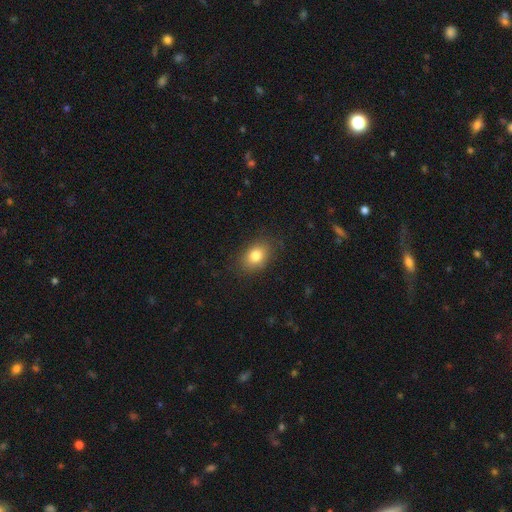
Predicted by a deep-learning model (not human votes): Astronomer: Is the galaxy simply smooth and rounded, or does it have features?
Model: smooth — 81%.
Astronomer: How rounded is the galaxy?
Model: in between — 74%.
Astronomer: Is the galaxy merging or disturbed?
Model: none — 84%.